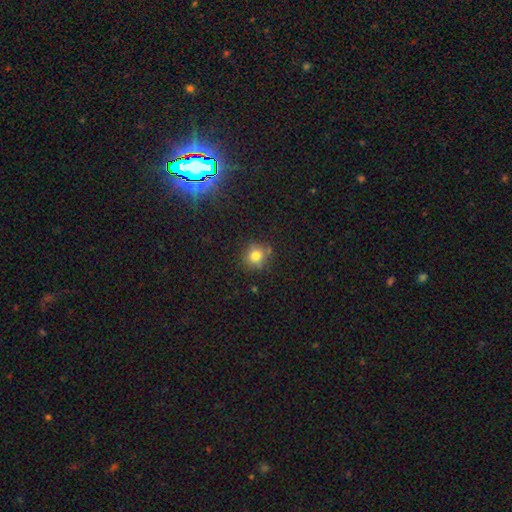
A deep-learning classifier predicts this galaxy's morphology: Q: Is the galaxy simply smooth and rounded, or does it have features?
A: smooth — 79%.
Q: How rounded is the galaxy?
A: round — 87%.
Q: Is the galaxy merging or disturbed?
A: none — 79%.